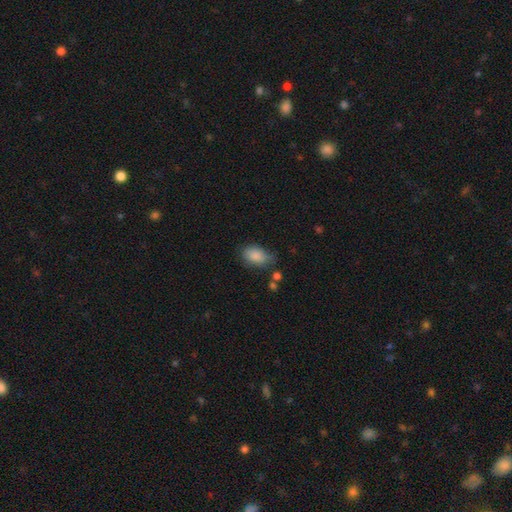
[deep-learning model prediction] smooth-or-featured: smooth: 86% | star or artifact: 8% | featured or disk: 6%
  how-rounded: in between: 88% | round: 10% | cigar-shaped: 2%
  merging: none: 58% | minor disturbance: 30% | major disturbance: 8% | merger: 4%